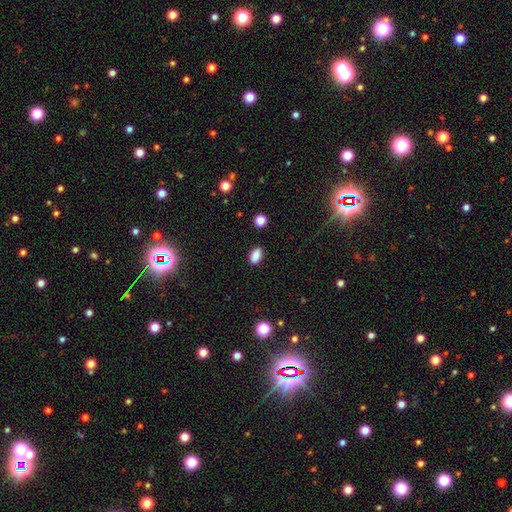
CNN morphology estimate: Smooth or featured? Predicted: smooth (p=0.87). How rounded? Predicted: in between (p=0.89). Merging? Predicted: none (p=0.86).